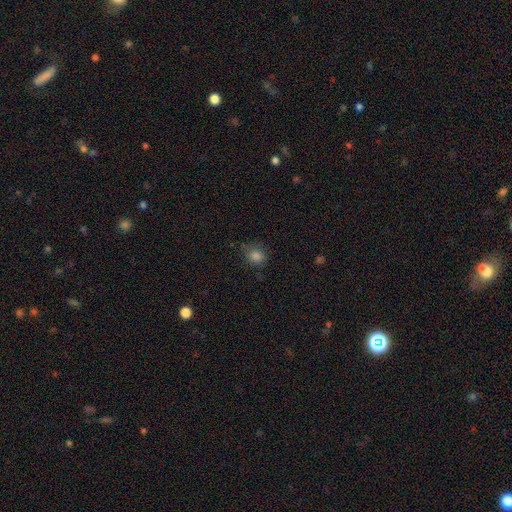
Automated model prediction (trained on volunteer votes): This appears to be a smooth galaxy with no disk features (81%) that is round (74%). Merging: none (72%).